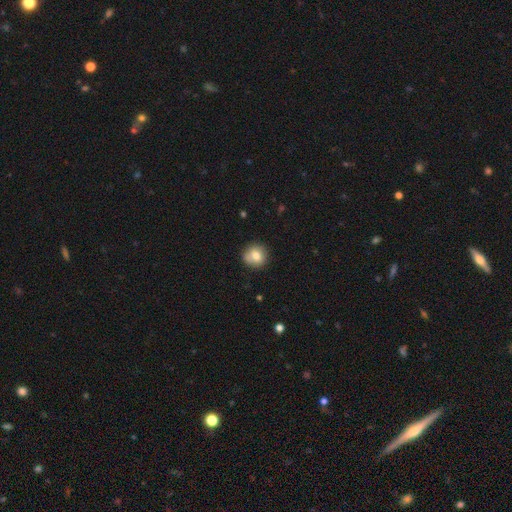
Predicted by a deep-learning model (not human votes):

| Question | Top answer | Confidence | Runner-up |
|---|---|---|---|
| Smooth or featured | smooth | 78% | featured or disk (13%) |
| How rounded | round | 88% | in between (11%) |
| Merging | none | 79% | minor disturbance (14%) |